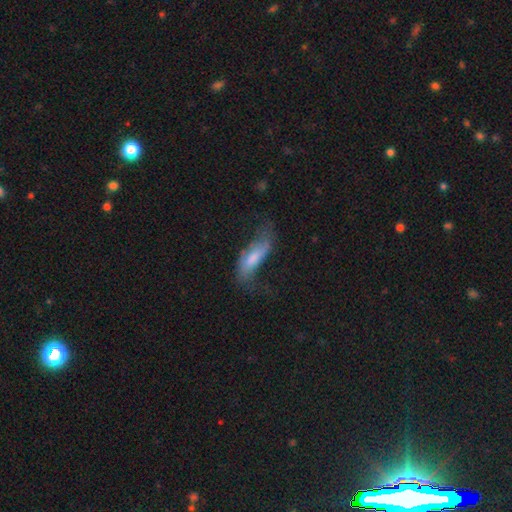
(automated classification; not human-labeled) The model was most divided on "smooth or featured": featured or disk: 47%, smooth: 44%, star or artifact: 9%. Remaining: merging — none (43%).